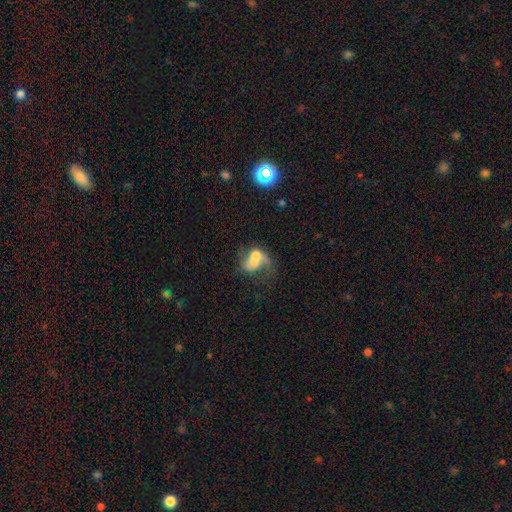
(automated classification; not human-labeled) This is marginally a featured or disk galaxy (45%). Merging: marginally major disturbance (39%).